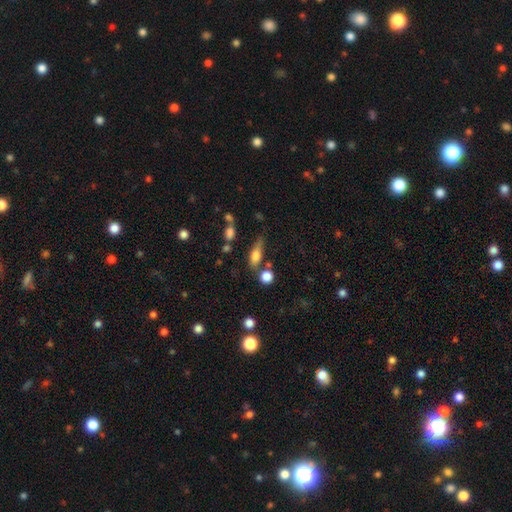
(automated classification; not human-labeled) smooth 68%, featured or disk 22%, star or artifact 10%. Down the decision tree: how rounded — in between (61%); merging — none (54%).